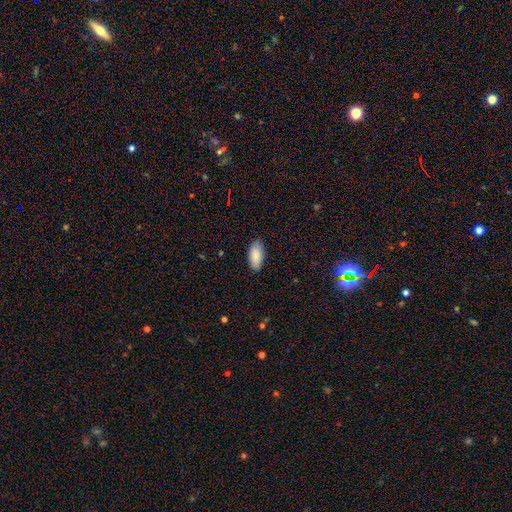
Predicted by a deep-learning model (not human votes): This appears to be a smooth galaxy with no disk features (86%) that is in between round and cigar-shaped (93%). Merging: none (85%).